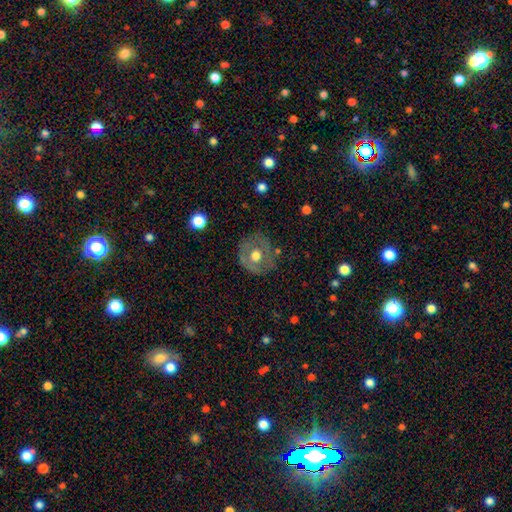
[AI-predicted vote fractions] Q: Smooth or featured?
A: smooth (50%); runner-up: featured or disk (42%)
Q: How rounded?
A: round (86%); runner-up: in between (13%)
Q: Merging?
A: none (75%); runner-up: minor disturbance (17%)